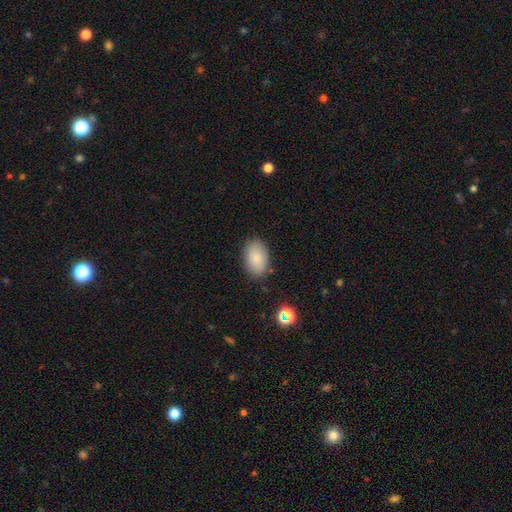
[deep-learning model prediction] Smooth or featured? smooth (85%)
How rounded? in between (90%)
Merging? none (85%)